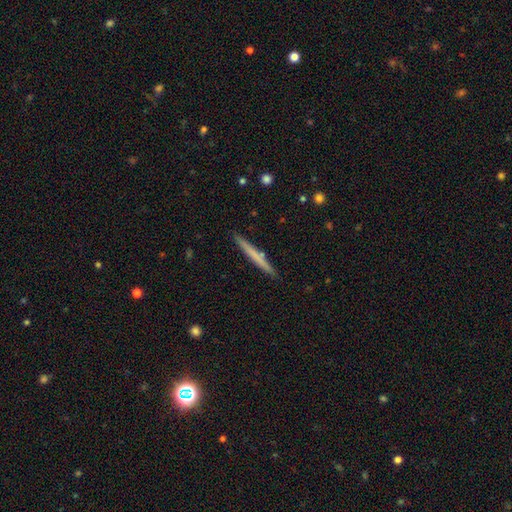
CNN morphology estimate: smooth_or_featured: smooth (p=0.57) [alt: featured or disk p=0.37]
how_rounded: cigar-shaped (p=0.97) [alt: in between p=0.02]
merging: none (p=0.90) [alt: minor disturbance p=0.07]